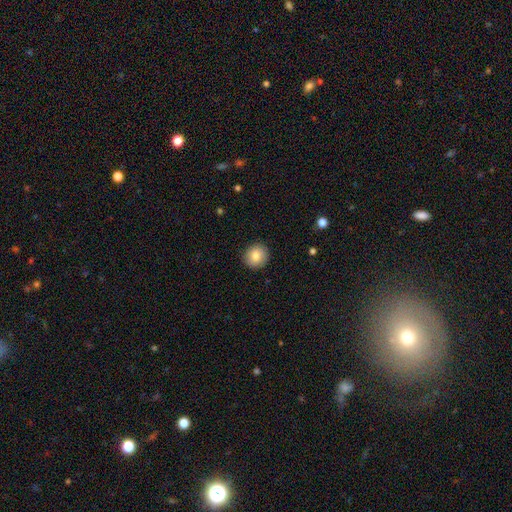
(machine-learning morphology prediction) A smooth galaxy with no disk features (84%) that is round (88%). Merging: none (90%).